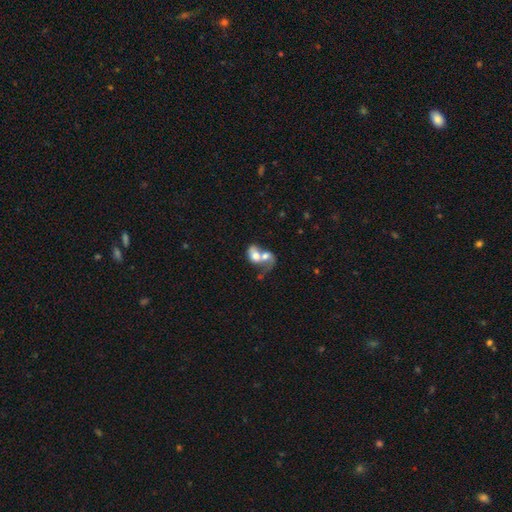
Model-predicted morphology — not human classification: Overall: smooth (48%; featured or disk 44%). Merging: merger (81%).